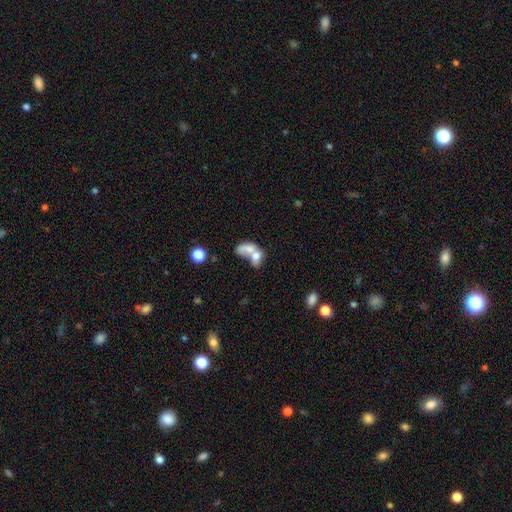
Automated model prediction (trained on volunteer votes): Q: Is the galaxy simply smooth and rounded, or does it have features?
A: smooth — 66%.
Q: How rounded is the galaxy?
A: in between — 76%.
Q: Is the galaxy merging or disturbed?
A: merger — 72%.